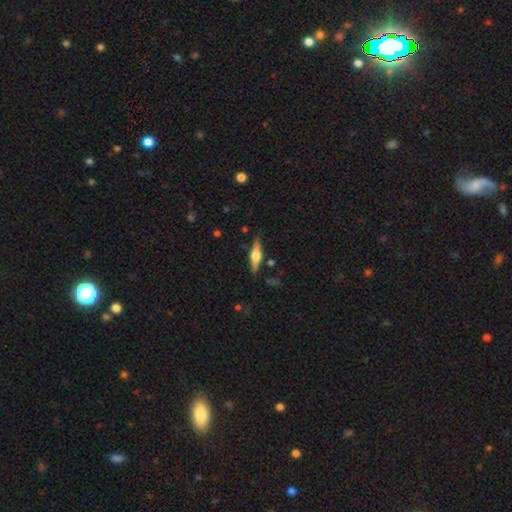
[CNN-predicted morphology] smooth_or_featured: featured or disk (p=0.65) [alt: smooth p=0.28]
disk_edge_on: yes (p=0.96) [alt: no p=0.04]
edge_on_bulge: rounded (p=0.92) [alt: boxy p=0.07]
merging: none (p=0.85) [alt: minor disturbance p=0.10]